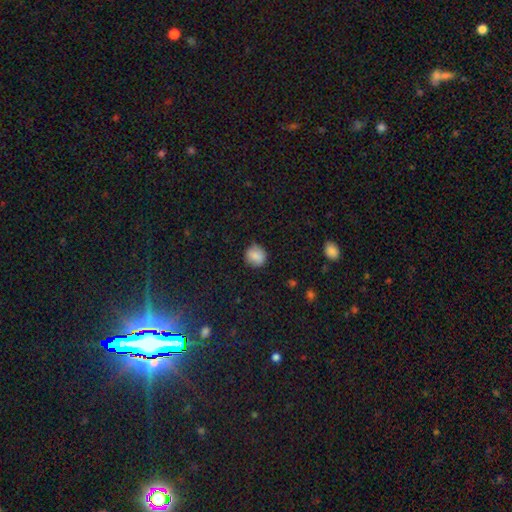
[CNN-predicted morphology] smooth-or-featured: smooth: 85% | star or artifact: 9% | featured or disk: 6%
  how-rounded: round: 85% | in between: 14% | cigar-shaped: 1%
  merging: none: 80% | minor disturbance: 16% | major disturbance: 3% | merger: 1%